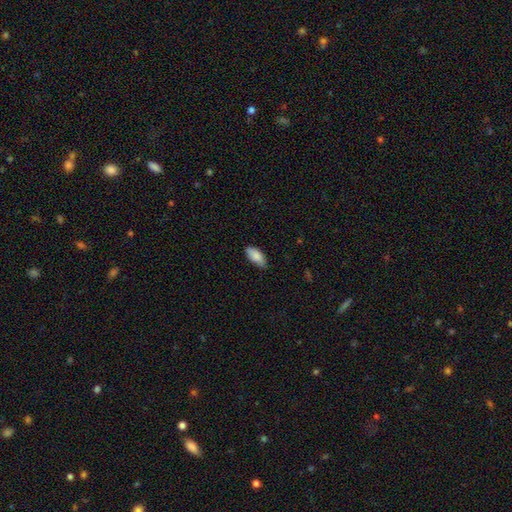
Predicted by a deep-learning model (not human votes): This is clearly a smooth galaxy (87%). How rounded: clearly in between (91%). Merging: likely none (79%).